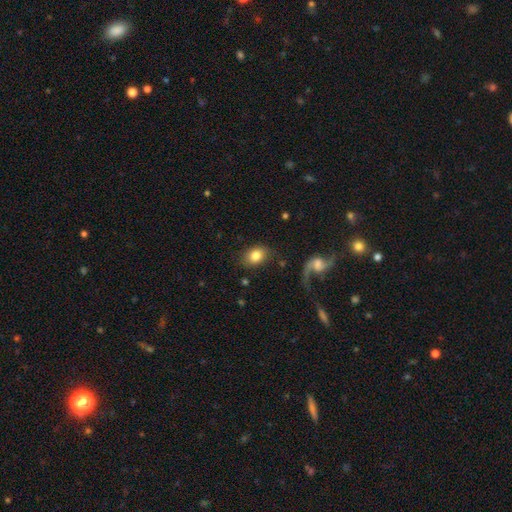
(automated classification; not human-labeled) smooth-or-featured: smooth: 79% | featured or disk: 13% | star or artifact: 7%
  how-rounded: in between: 68% | round: 31% | cigar-shaped: 1%
  merging: none: 76% | minor disturbance: 14% | major disturbance: 7% | merger: 4%